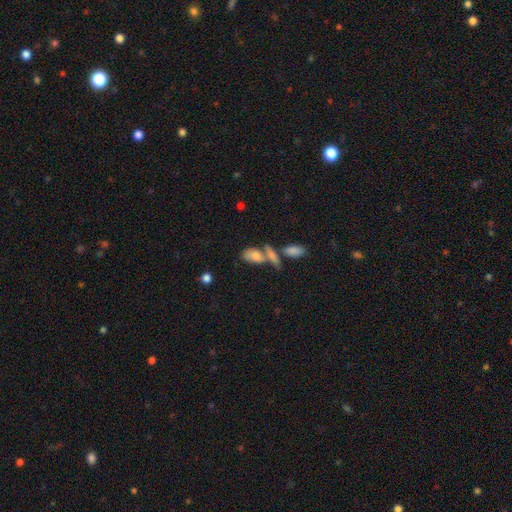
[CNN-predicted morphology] type=smooth (70%); roundness=in between (85%); merging=merger (49%).